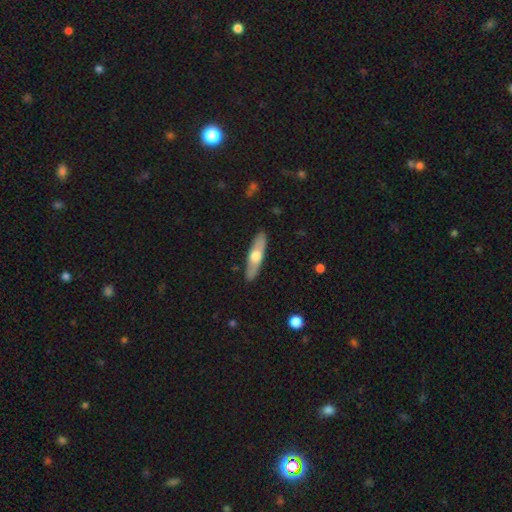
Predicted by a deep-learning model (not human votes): smooth 50%, featured or disk 45%, star or artifact 5%. Down the decision tree: merging — none (89%).